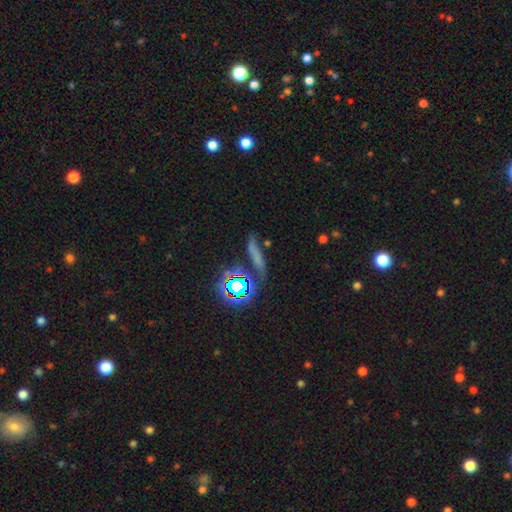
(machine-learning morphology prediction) Q: Smooth or featured?
A: smooth (48%); runner-up: star or artifact (33%)
Q: Merging?
A: none (65%); runner-up: minor disturbance (17%)